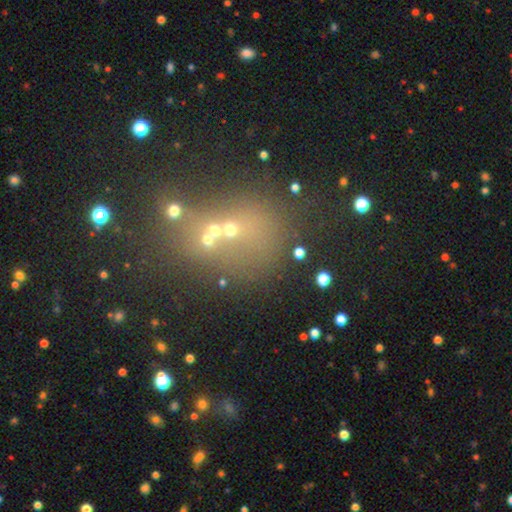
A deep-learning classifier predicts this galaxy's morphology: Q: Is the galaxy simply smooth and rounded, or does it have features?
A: star or artifact — 44%.